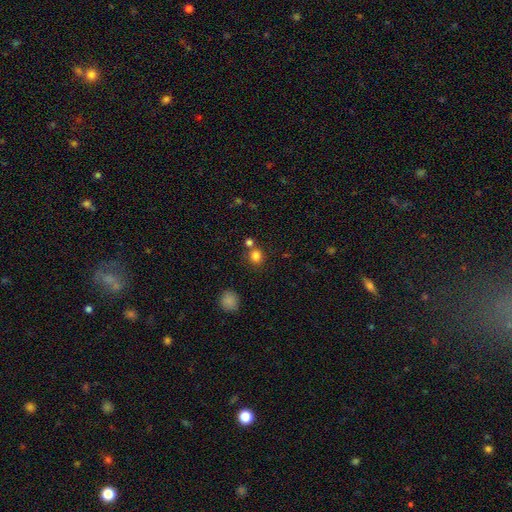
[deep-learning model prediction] The model was most divided on "merging": none: 69%, merger: 19%, minor disturbance: 9%, major disturbance: 3%. More confident: smooth or featured — smooth (82%); how rounded — round (81%).